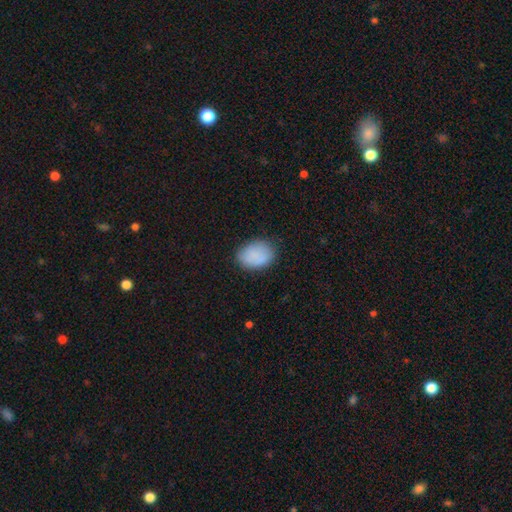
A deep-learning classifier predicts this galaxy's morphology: The model was most divided on "how rounded": in between: 73%, round: 26%, cigar-shaped: 1%. More confident: smooth or featured — smooth (87%); merging — none (80%).